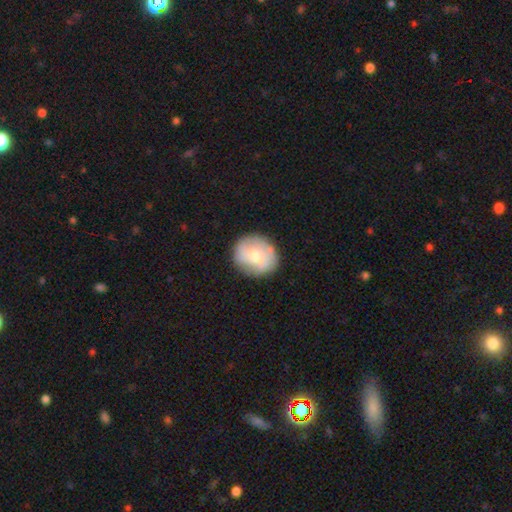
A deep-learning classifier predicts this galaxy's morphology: A smooth galaxy with no disk features (65%) that is round (79%).

Vote fractions:
- Smooth or featured? smooth: 65% / featured or disk: 28% / star or artifact: 7%
- How rounded? round: 79% / in between: 20% / cigar-shaped: 1%
- Merging? none: 81% / minor disturbance: 14% / major disturbance: 4% / merger: 1%